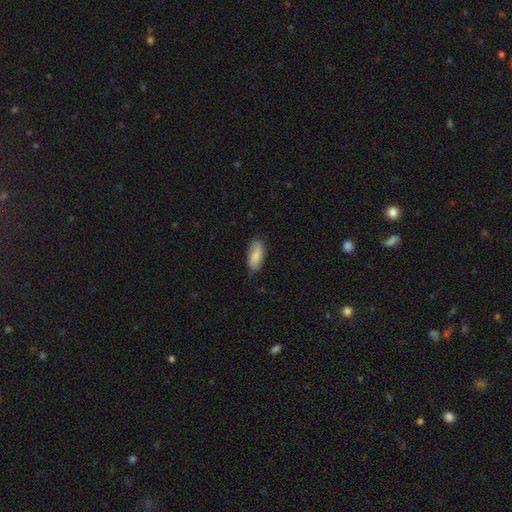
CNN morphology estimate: A smooth galaxy with no disk features (84%) that is in between round and cigar-shaped (85%).

Vote fractions:
- Smooth or featured? smooth: 84% / featured or disk: 10% / star or artifact: 6%
- How rounded? in between: 85% / cigar-shaped: 13% / round: 2%
- Merging? none: 78% / minor disturbance: 17% / major disturbance: 3% / merger: 1%